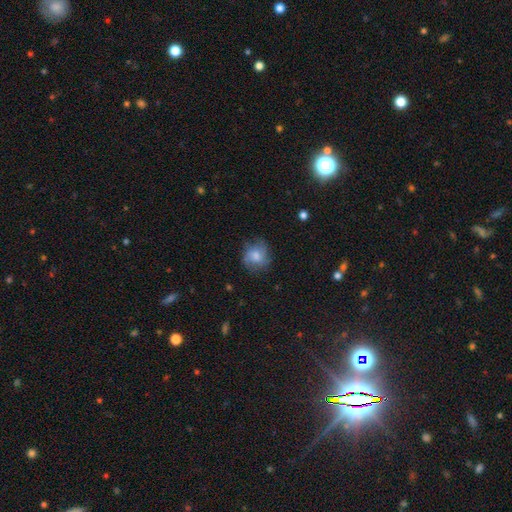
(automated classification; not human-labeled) The model was most divided on "smooth or featured": smooth: 64%, featured or disk: 27%, star or artifact: 9%. More confident: how rounded — round (78%); merging — none (70%).